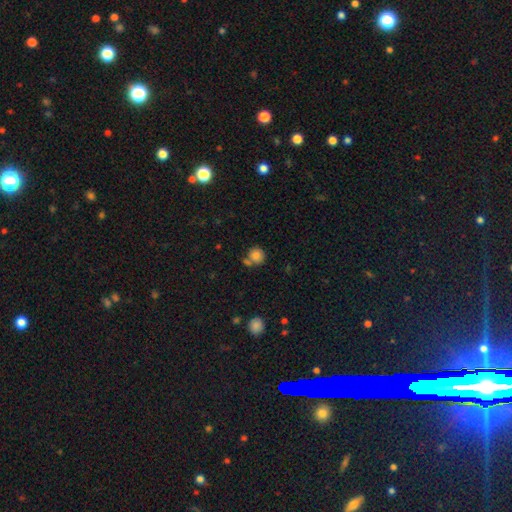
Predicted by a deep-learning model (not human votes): smooth-or-featured: smooth: 82% | star or artifact: 10% | featured or disk: 8%
  how-rounded: round: 89% | in between: 10% | cigar-shaped: 1%
  merging: none: 58% | merger: 25% | minor disturbance: 13% | major disturbance: 4%